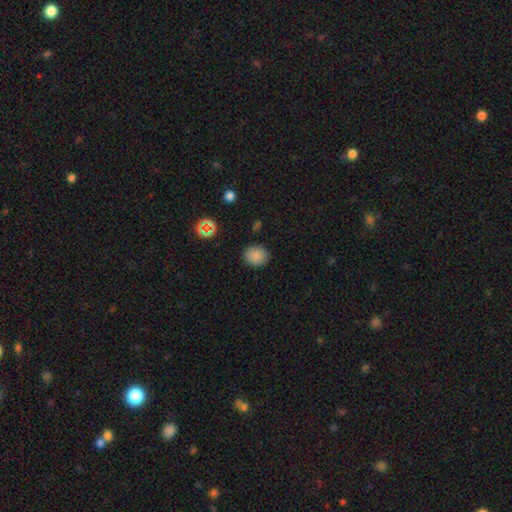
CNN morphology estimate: The model was most divided on "how rounded": round: 77%, in between: 22%, cigar-shaped: 1%. More confident: merging — none (88%); smooth or featured — smooth (83%).